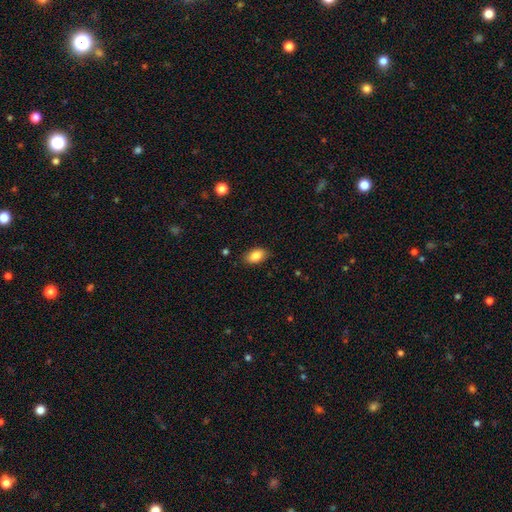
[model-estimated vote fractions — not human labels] Overall: smooth (86%). How rounded: in between (90%). Merging: none (85%).